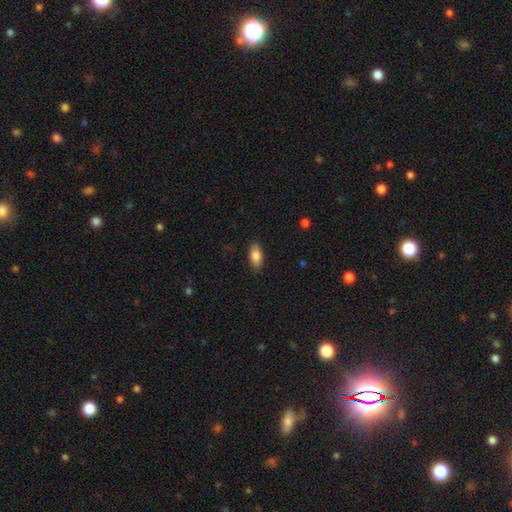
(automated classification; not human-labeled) Smooth or featured: smooth — 85% (featured or disk — 8%)
How rounded: in between — 87% (cigar-shaped — 10%)
Merging: none — 87% (minor disturbance — 9%)